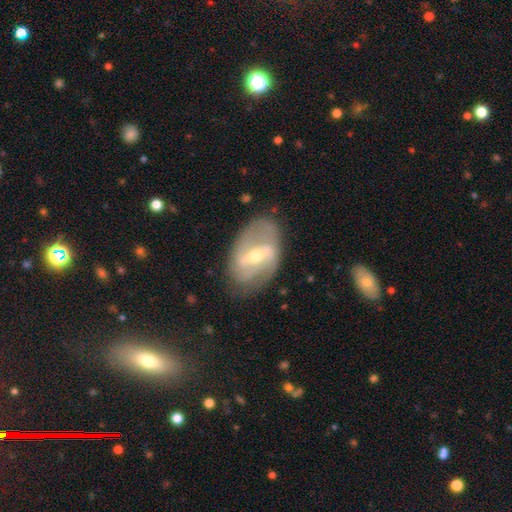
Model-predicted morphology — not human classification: This is clearly a featured or disk galaxy (81%). It is clearly not viewed edge-on (94%). Bar: possibly strong (50%). Spiral arm pattern: clearly yes (84%). Spiral arm count: likely 2 (70%). Spiral winding: marginally medium (40%). Central bulge: possibly moderate (56%). Merging: likely none (72%).